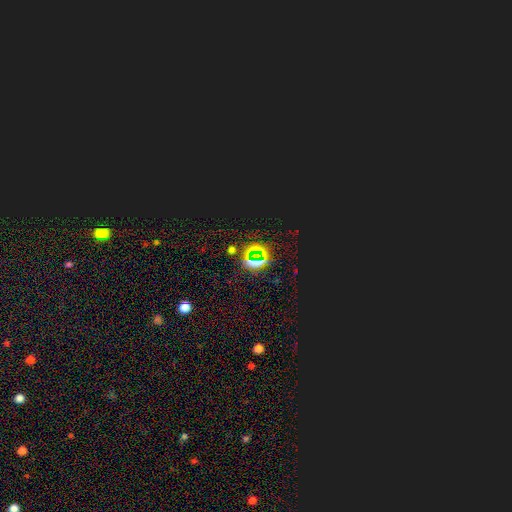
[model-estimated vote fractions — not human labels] This is clearly a star or artifact rather than a galaxy (82%).